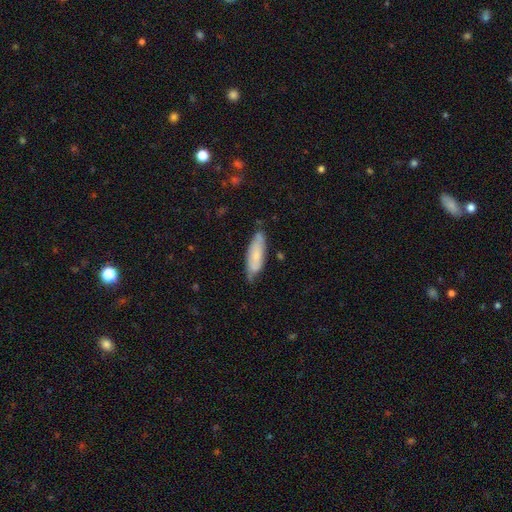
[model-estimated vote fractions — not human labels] smooth_or_featured: smooth (p=0.68) [alt: featured or disk p=0.26]
how_rounded: cigar-shaped (p=0.50) [alt: in between p=0.49]
merging: none (p=0.64) [alt: minor disturbance p=0.29]